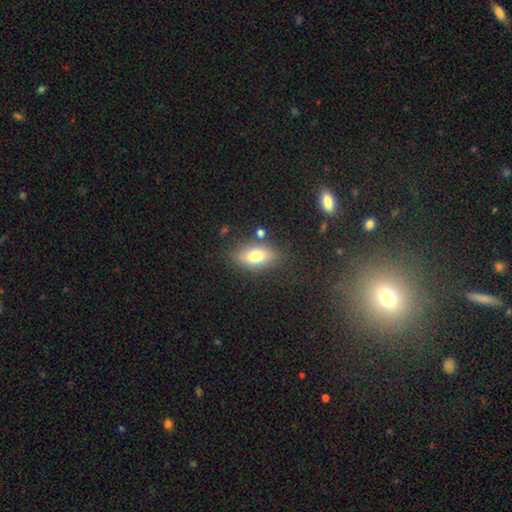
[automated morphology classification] Overall: smooth (73%). How rounded: in between (84%). Merging: none (77%).